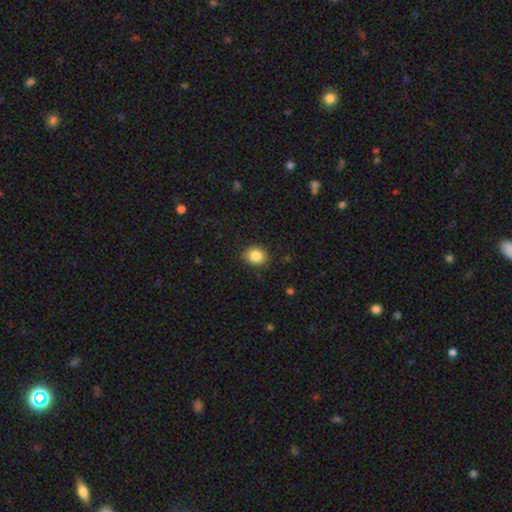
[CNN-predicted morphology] A smooth galaxy with no disk features (85%) that is round (65%). Merging: none (87%).